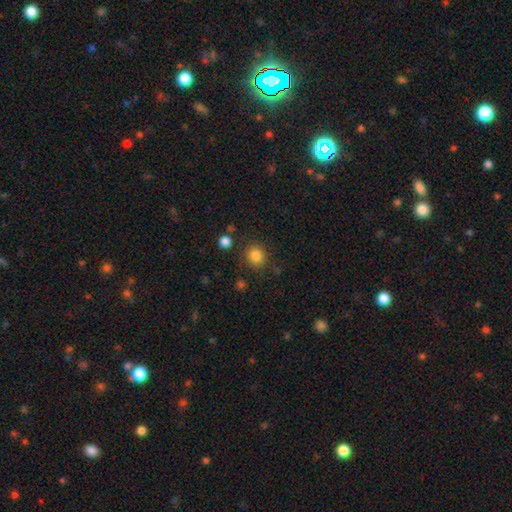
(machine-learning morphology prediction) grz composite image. It shows a smooth galaxy with no disk features (84%) that is round (88%). Merging: none (84%).